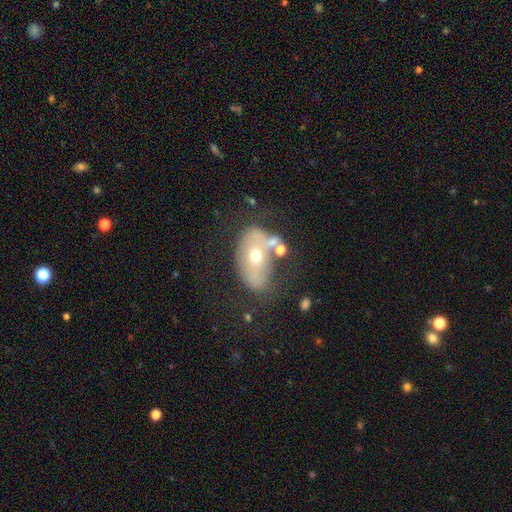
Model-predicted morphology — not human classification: This is possibly a featured or disk galaxy (52%). It is clearly not viewed edge-on (91%). Merging: possibly none (46%).